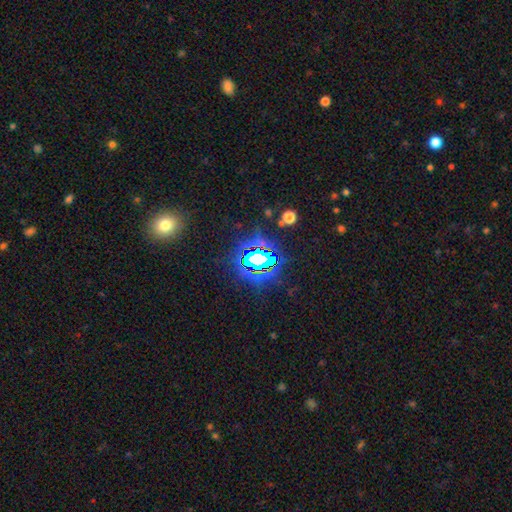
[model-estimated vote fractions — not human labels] smooth_or_featured: star or artifact (p=0.76) [alt: smooth p=0.16]